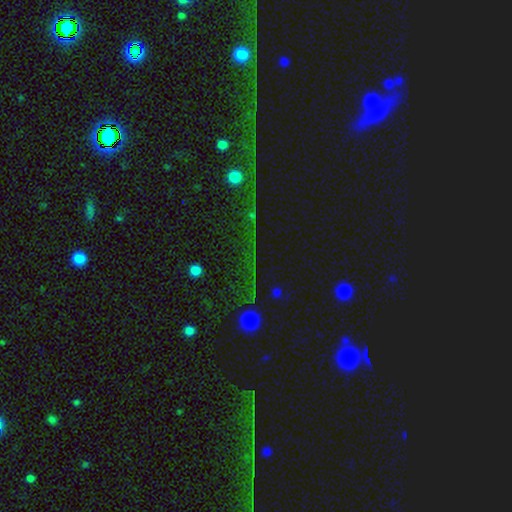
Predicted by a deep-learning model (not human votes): smooth-or-featured: star or artifact: 72% | smooth: 17% | featured or disk: 12%